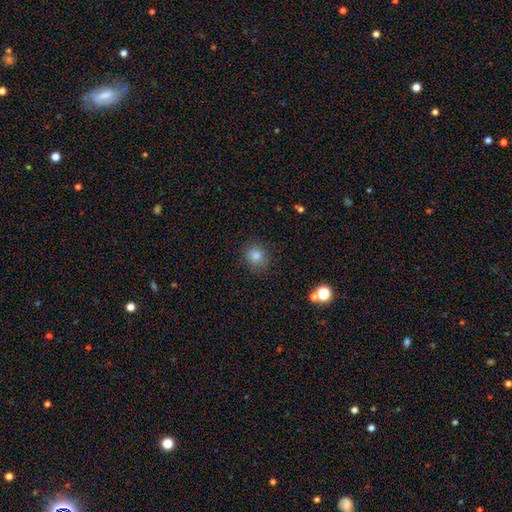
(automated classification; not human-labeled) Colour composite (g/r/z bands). It shows a smooth galaxy with no disk features (81%) that is round (83%). Merging: none (86%).